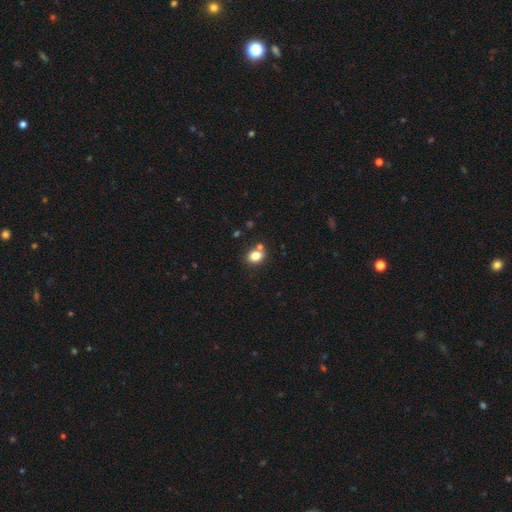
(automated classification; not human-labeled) Smooth or featured: smooth — 82% (star or artifact — 11%)
How rounded: in between — 60% (round — 39%)
Merging: none — 67% (merger — 17%)